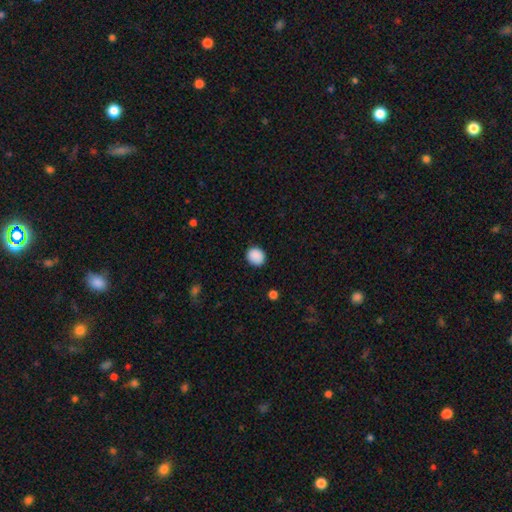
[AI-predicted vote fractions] Smooth or featured? smooth (89%)
How rounded? round (79%)
Merging? none (88%)